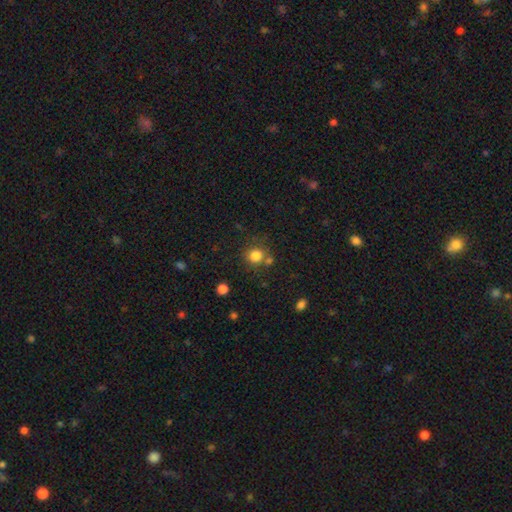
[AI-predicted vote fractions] Smooth or featured? smooth (81%)
How rounded? round (88%)
Merging? none (70%)